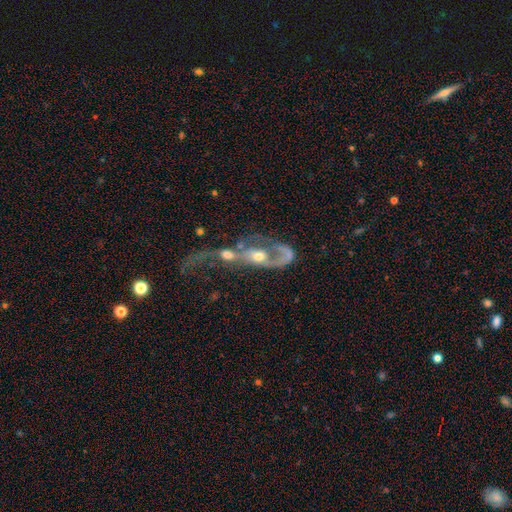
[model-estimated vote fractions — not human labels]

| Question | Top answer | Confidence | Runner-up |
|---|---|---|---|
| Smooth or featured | featured or disk | 74% | smooth (17%) |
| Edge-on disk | no | 89% | yes (11%) |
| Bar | no | 67% | weak (23%) |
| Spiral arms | yes | 63% | no (37%) |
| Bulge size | moderate | 59% | small (24%) |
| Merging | merger | 54% | major disturbance (26%) |